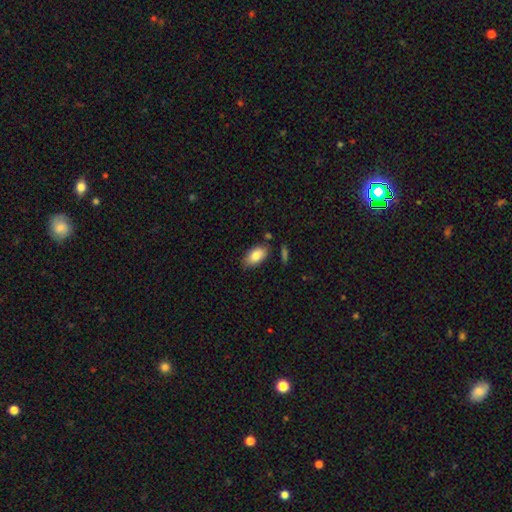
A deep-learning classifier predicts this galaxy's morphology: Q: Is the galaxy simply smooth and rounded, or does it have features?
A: smooth — 84%.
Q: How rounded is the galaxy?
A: in between — 93%.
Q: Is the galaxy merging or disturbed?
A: none — 79%.